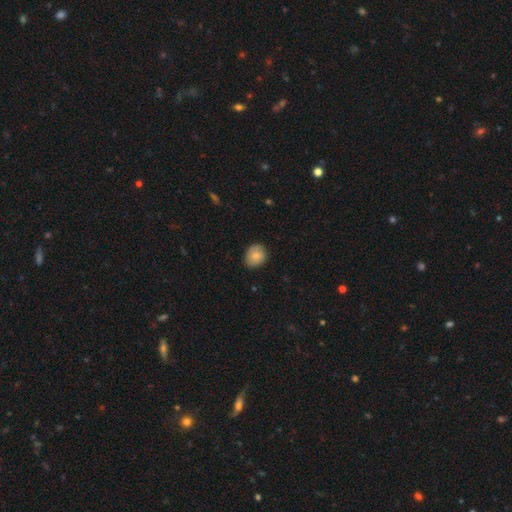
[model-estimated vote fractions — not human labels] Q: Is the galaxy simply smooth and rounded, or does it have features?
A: smooth — 76%.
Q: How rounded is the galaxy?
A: round — 58%.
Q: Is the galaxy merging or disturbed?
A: none — 76%.